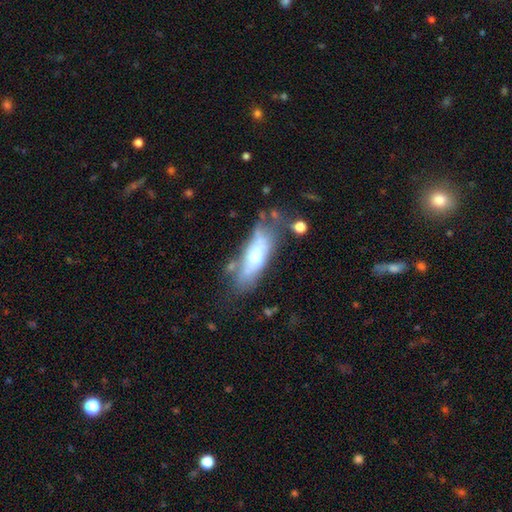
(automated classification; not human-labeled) Overall: smooth (50%; featured or disk 42%). How rounded: in between (59%; cigar-shaped 39%). Merging: none (40%; minor disturbance 25%).